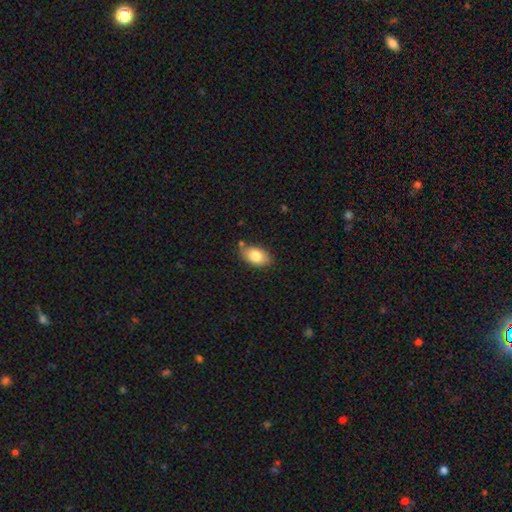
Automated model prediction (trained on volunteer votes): Smooth or featured?
  - smooth: 82% *
  - featured or disk: 10%
  - star or artifact: 7%
How rounded?
  - in between: 91% *
  - round: 7%
  - cigar-shaped: 2%
Merging?
  - none: 73% *
  - minor disturbance: 19%
  - merger: 5%
  - major disturbance: 3%